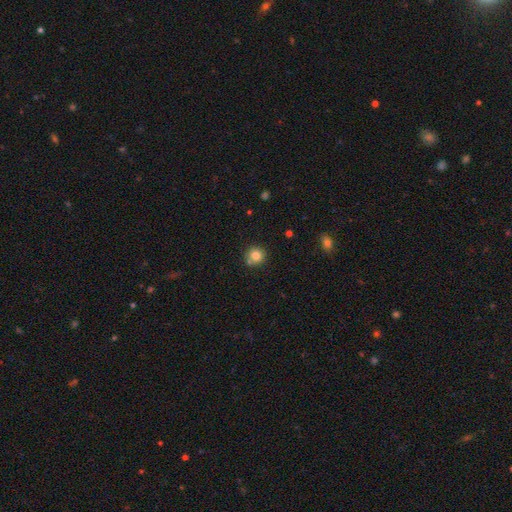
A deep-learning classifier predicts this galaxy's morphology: This appears to be a smooth galaxy with no disk features (81%) that is round (93%). Merging: none (77%).